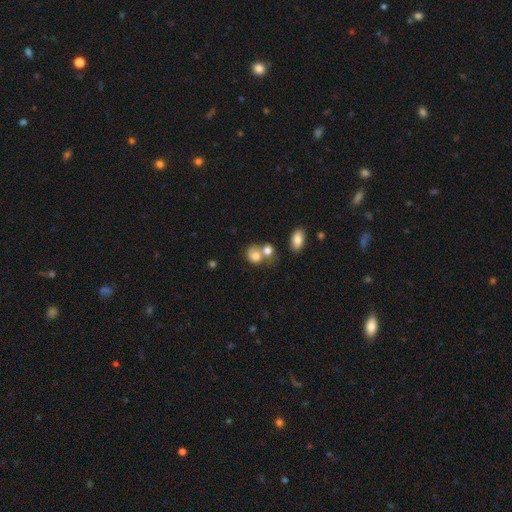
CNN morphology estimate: A smooth galaxy with no disk features (73%) that is round (59%).

Vote fractions:
- Smooth or featured? smooth: 73% / featured or disk: 18% / star or artifact: 9%
- How rounded? round: 59% / in between: 40% / cigar-shaped: 1%
- Merging? merger: 55% / none: 26% / minor disturbance: 11% / major disturbance: 8%